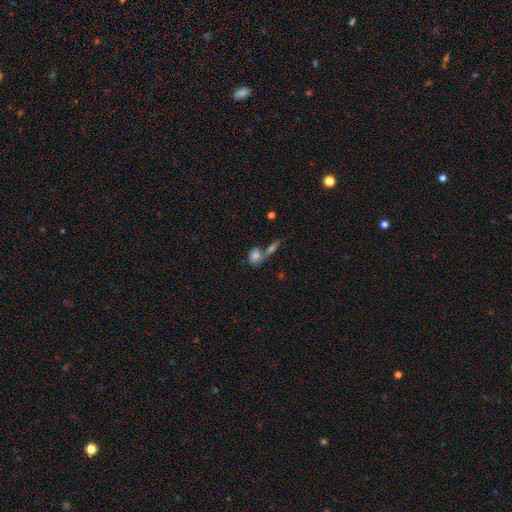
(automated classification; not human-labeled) The model was most divided on "merging": merger: 45%, none: 39%, minor disturbance: 10%, major disturbance: 5%. More confident: smooth or featured — smooth (76%); how rounded — in between (62%).